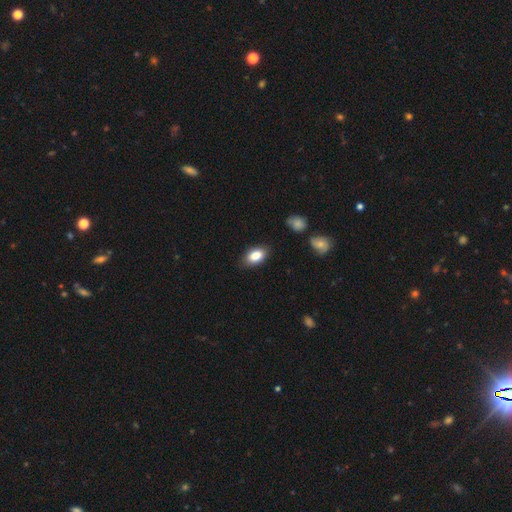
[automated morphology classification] Q: Smooth or featured?
A: smooth (86%); runner-up: star or artifact (8%)
Q: How rounded?
A: in between (91%); runner-up: round (7%)
Q: Merging?
A: none (80%); runner-up: minor disturbance (15%)